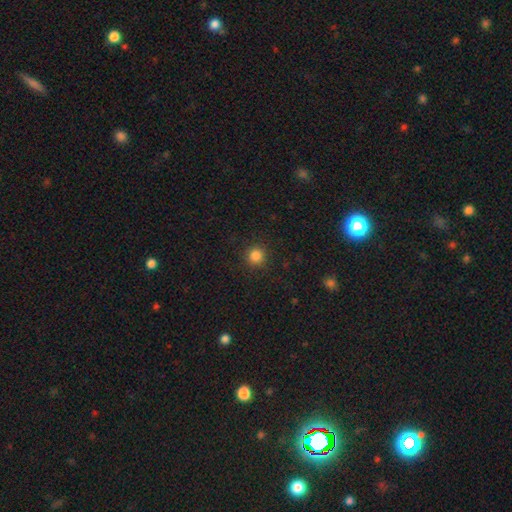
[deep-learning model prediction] Smooth or featured?
  - smooth: 85% *
  - star or artifact: 12%
  - featured or disk: 3%
How rounded?
  - round: 95% *
  - in between: 4%
  - cigar-shaped: 1%
Merging?
  - none: 91% *
  - minor disturbance: 6%
  - major disturbance: 2%
  - merger: 1%